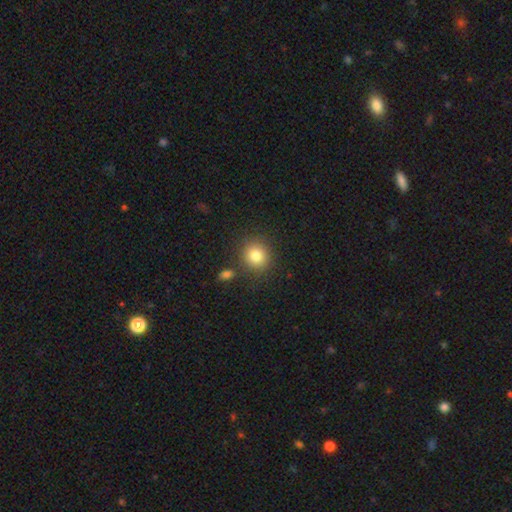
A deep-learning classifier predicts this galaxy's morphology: Smooth or featured?
  - smooth: 83% *
  - star or artifact: 10%
  - featured or disk: 7%
How rounded?
  - round: 87% *
  - in between: 12%
  - cigar-shaped: 1%
Merging?
  - none: 82% *
  - minor disturbance: 9%
  - merger: 6%
  - major disturbance: 3%